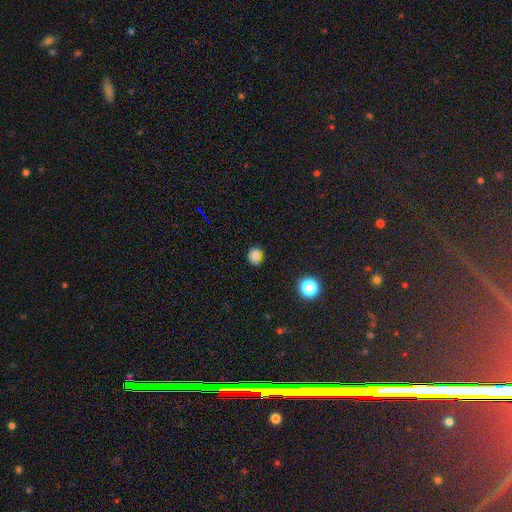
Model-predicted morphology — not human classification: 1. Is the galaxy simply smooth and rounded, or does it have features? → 81% smooth, 15% star or artifact, 5% featured or disk.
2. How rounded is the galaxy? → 71% round, 28% in between, 1% cigar-shaped.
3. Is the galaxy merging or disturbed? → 71% none, 22% minor disturbance, 4% major disturbance, 3% merger.